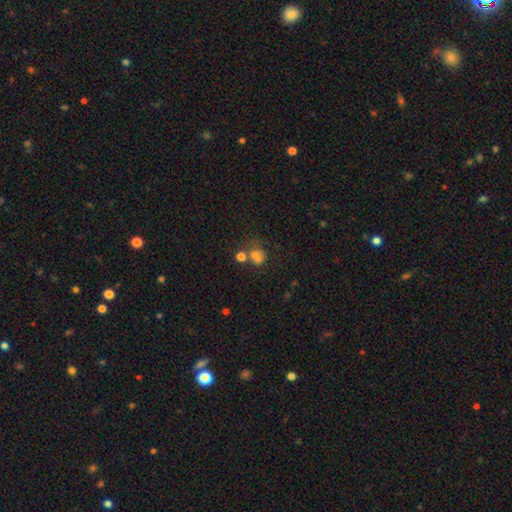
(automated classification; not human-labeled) smooth_or_featured: smooth (p=0.65) [alt: star or artifact p=0.20]
how_rounded: round (p=0.68) [alt: in between p=0.31]
merging: none (p=0.42) [alt: merger p=0.29]